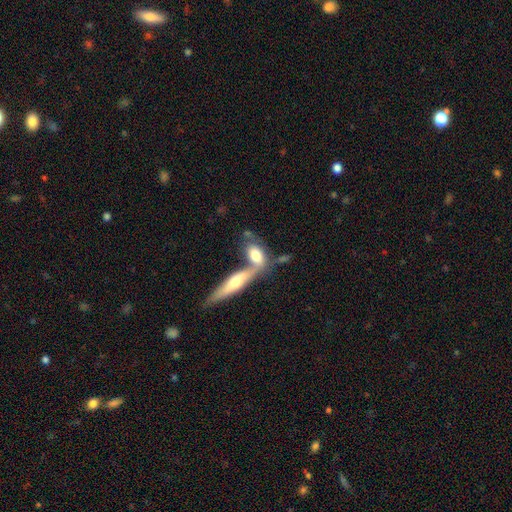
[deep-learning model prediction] A smooth galaxy with no disk features (68%) that is in between round and cigar-shaped (75%). Merging: merger (51%).